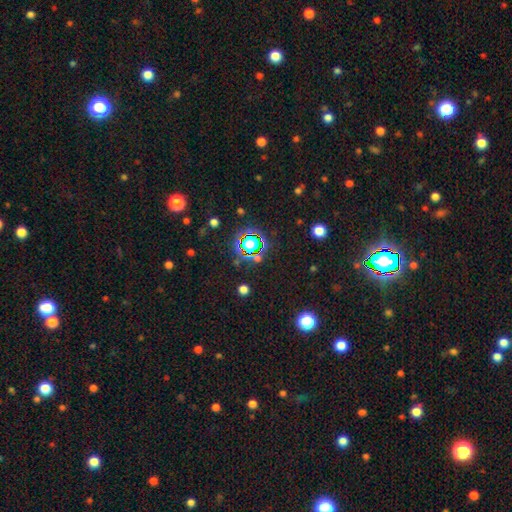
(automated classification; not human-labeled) The model was most divided on "smooth or featured": star or artifact: 74%, smooth: 17%, featured or disk: 9%.